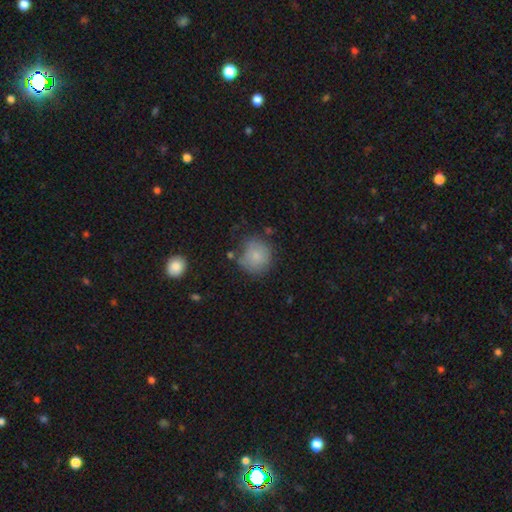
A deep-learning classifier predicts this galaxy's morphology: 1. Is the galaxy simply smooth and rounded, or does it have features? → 80% smooth, 12% featured or disk, 8% star or artifact.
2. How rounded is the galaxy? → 89% round, 10% in between, 1% cigar-shaped.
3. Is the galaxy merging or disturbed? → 67% none, 21% minor disturbance, 7% major disturbance, 6% merger.